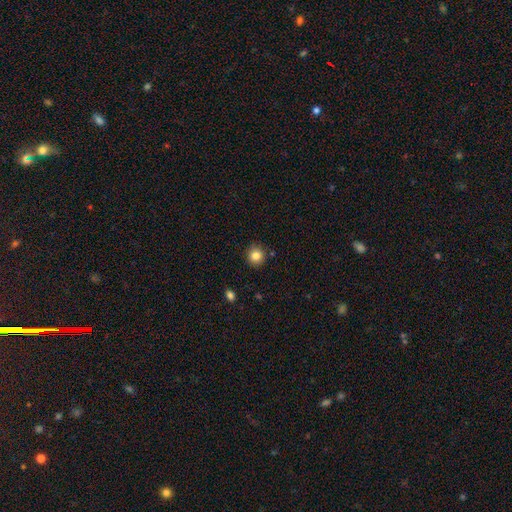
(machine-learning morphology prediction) A smooth galaxy with no disk features (84%) that is round (91%).

Vote fractions:
- Smooth or featured? smooth: 84% / star or artifact: 11% / featured or disk: 6%
- How rounded? round: 91% / in between: 8% / cigar-shaped: 1%
- Merging? none: 89% / minor disturbance: 7% / merger: 2% / major disturbance: 2%